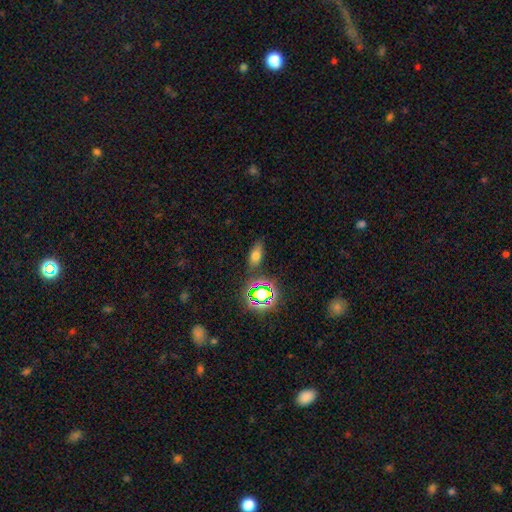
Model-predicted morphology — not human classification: Q: Smooth or featured?
A: smooth (63%); runner-up: star or artifact (24%)
Q: How rounded?
A: in between (80%); runner-up: round (11%)
Q: Merging?
A: none (81%); runner-up: minor disturbance (12%)